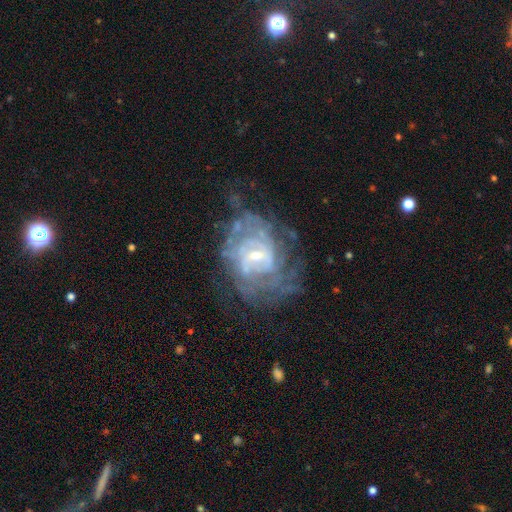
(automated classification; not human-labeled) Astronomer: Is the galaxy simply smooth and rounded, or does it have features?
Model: featured or disk — 85%.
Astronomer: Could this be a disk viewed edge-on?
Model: no — 97%.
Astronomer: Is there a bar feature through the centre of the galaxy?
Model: weak — 56%.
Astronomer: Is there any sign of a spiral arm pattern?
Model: yes — 89%.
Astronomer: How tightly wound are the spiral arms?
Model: tight — 62%.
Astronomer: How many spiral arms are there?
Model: can't tell — 48%.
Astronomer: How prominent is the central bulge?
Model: small — 62%.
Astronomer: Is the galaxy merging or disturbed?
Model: none — 59%.